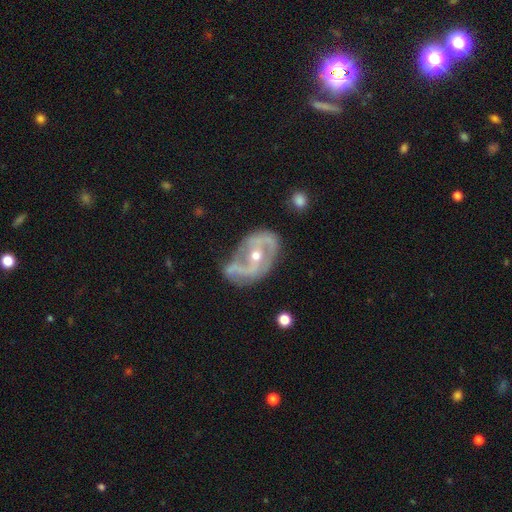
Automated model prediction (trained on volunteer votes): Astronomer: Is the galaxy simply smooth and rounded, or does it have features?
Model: featured or disk — 86%.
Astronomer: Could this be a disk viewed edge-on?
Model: no — 96%.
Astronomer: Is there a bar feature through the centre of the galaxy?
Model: strong — 39% (runner-up: weak, 33%).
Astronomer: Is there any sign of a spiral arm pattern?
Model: yes — 85%.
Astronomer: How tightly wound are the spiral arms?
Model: medium — 45% (runner-up: loose, 31%).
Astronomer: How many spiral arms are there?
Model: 2 — 80%.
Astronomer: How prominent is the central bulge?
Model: moderate — 53% (runner-up: small, 44%).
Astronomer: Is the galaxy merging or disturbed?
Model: none — 51% (runner-up: minor disturbance, 29%).